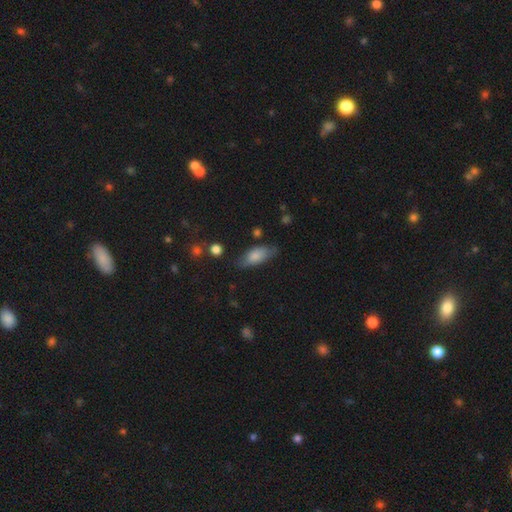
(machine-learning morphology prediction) Smooth or featured?
  - smooth: 78% *
  - featured or disk: 15%
  - star or artifact: 7%
How rounded?
  - in between: 82% *
  - cigar-shaped: 15%
  - round: 3%
Merging?
  - none: 68% *
  - minor disturbance: 23%
  - major disturbance: 6%
  - merger: 2%